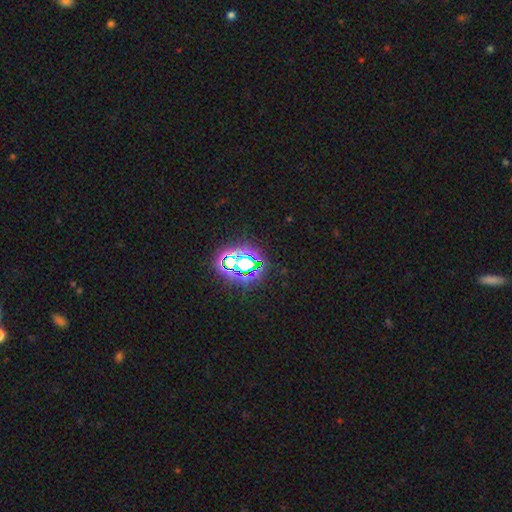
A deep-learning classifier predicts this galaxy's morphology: Smooth or featured? Predicted: star or artifact (p=0.68).